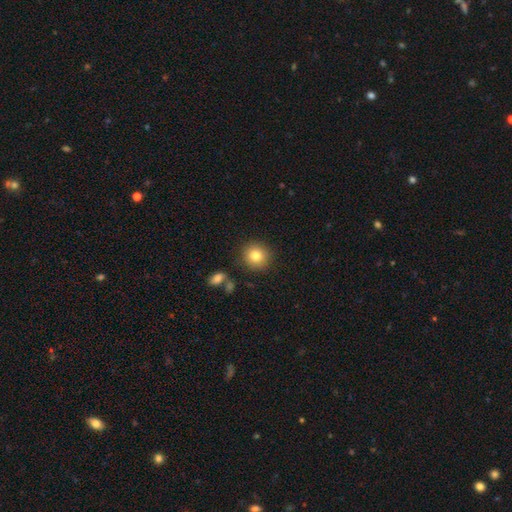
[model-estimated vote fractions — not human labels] smooth_or_featured: smooth (p=0.81) [alt: star or artifact p=0.10]
how_rounded: round (p=0.91) [alt: in between p=0.08]
merging: none (p=0.87) [alt: minor disturbance p=0.07]